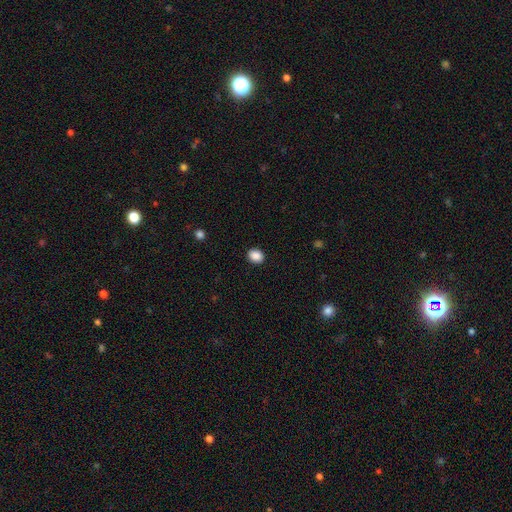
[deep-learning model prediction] Morphology: type=smooth (89%); roundness=round (53%); merging=none (91%).